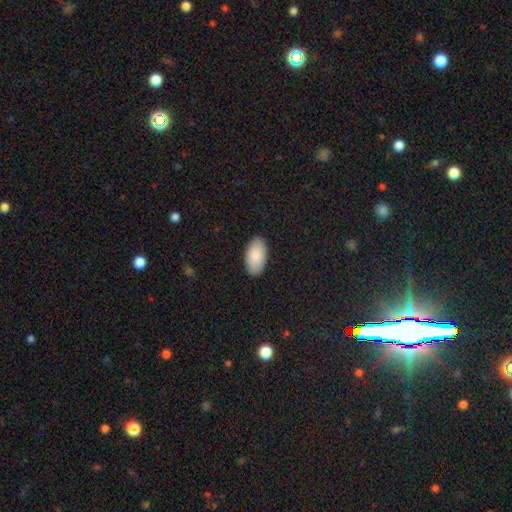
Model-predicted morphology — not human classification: This is clearly a smooth galaxy (89%). How rounded: clearly in between (96%). Merging: clearly none (89%).